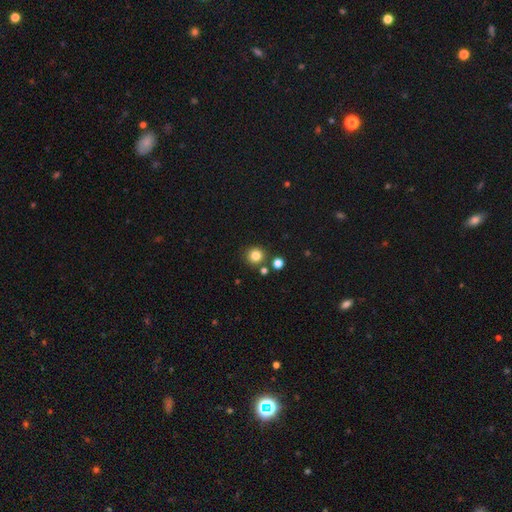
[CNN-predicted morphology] A smooth galaxy with no disk features (82%) that is round (92%).

Vote fractions:
- Smooth or featured? smooth: 82% / star or artifact: 13% / featured or disk: 5%
- How rounded? round: 92% / in between: 7% / cigar-shaped: 1%
- Merging? none: 82% / merger: 8% / minor disturbance: 7% / major disturbance: 3%